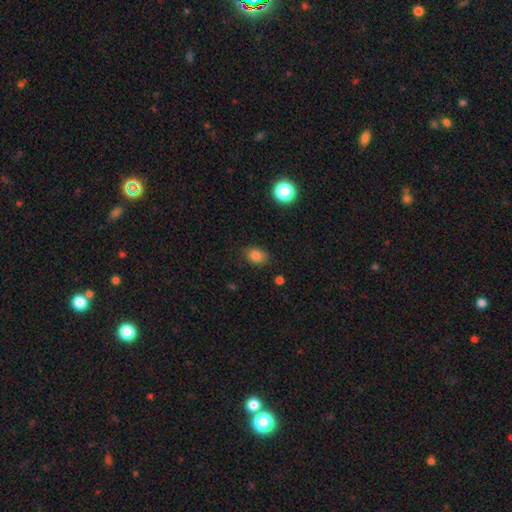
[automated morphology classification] smooth_or_featured: smooth (p=0.83) [alt: star or artifact p=0.12]
how_rounded: in between (p=0.68) [alt: round p=0.31]
merging: none (p=0.81) [alt: minor disturbance p=0.14]